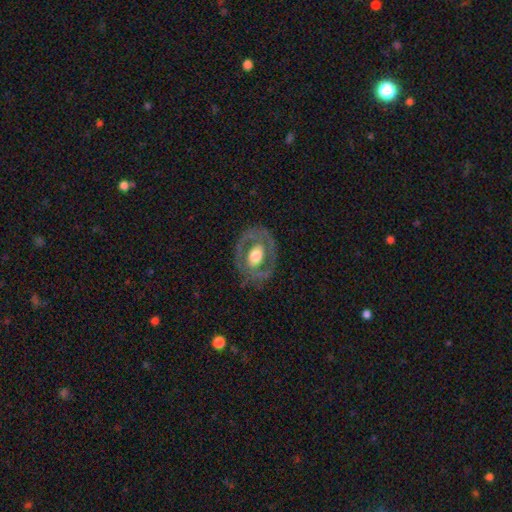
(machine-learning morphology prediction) Smooth or featured?
  - featured or disk: 64% *
  - smooth: 31%
  - star or artifact: 6%
Edge-on disk?
  - no: 94% *
  - yes: 6%
Bar?
  - no: 68% *
  - weak: 21%
  - strong: 10%
Spiral arms?
  - no: 69% *
  - yes: 31%
Bulge size?
  - moderate: 49% *
  - large: 41%
  - small: 5%
  - dominant: 4%
  - none: 1%
Merging?
  - none: 72% *
  - minor disturbance: 17%
  - major disturbance: 10%
  - merger: 1%